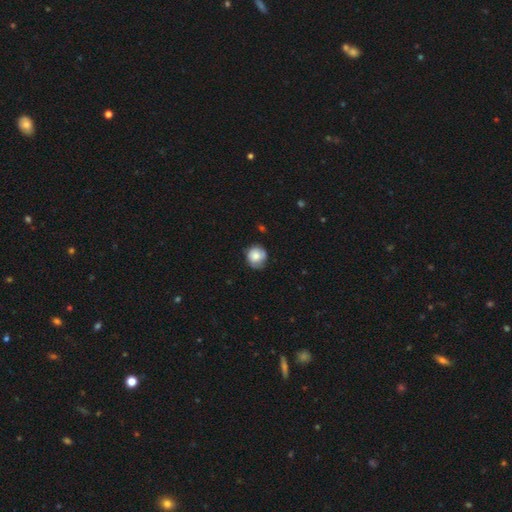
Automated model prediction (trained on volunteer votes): smooth 76%, featured or disk 17%, star or artifact 8%. Down the decision tree: how rounded — round (86%); merging — none (66%).